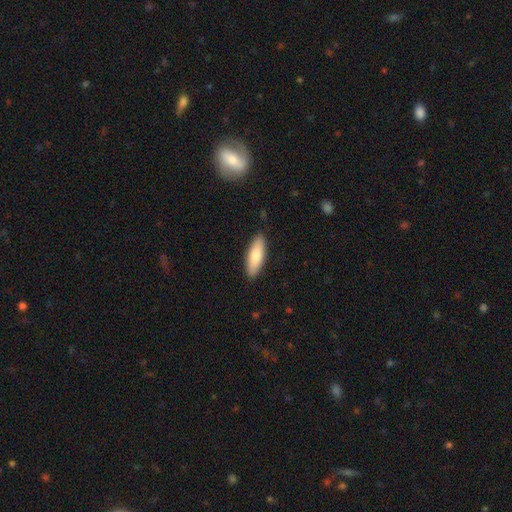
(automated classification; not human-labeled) Smooth or featured? Predicted: smooth (p=0.80). How rounded? Predicted: in between (p=0.56). Merging? Predicted: none (p=0.89).